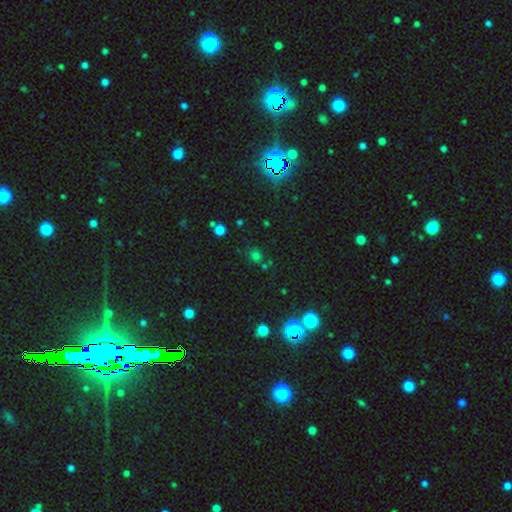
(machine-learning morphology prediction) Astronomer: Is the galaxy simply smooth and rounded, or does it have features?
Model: smooth — 58% (runner-up: star or artifact, 36%).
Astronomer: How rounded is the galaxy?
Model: round — 79%.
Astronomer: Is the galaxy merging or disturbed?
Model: none — 71%.